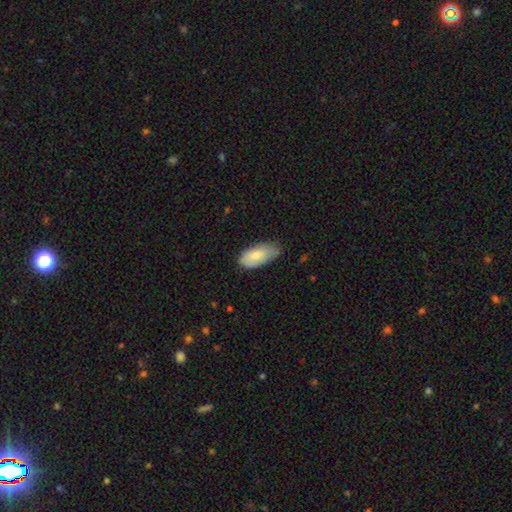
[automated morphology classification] This appears to be a smooth galaxy with no disk features (79%) that is in between round and cigar-shaped (92%). Merging: none (56%).